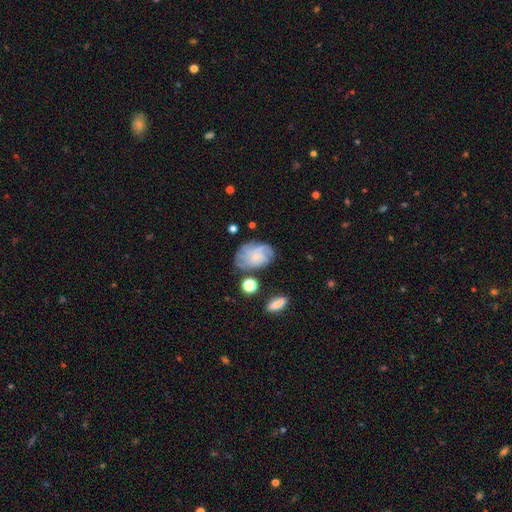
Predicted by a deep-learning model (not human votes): The model was most divided on "smooth or featured": featured or disk: 59%, smooth: 31%, star or artifact: 10%. More confident: edge-on disk — no (97%); spiral arms — yes (81%); bar — no (77%); bulge size — small (62%); merging — none (60%).